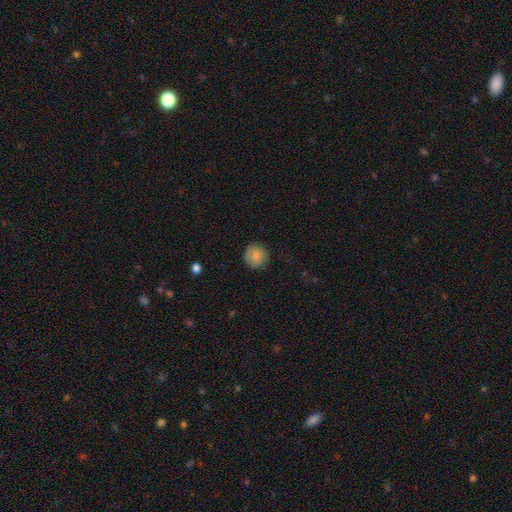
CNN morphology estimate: Smooth or featured? Predicted: smooth (p=0.82). How rounded? Predicted: round (p=0.88). Merging? Predicted: none (p=0.82).